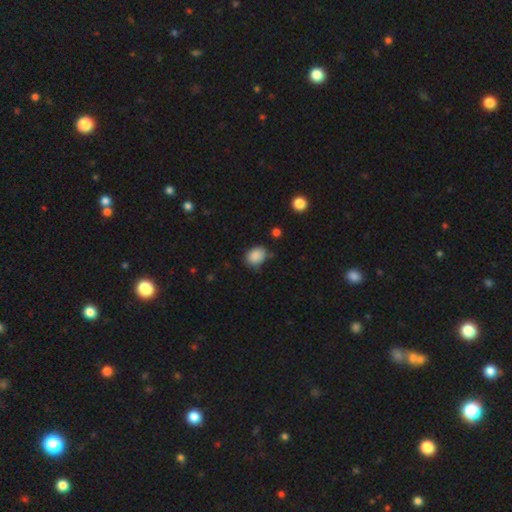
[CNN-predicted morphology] A smooth galaxy with no disk features (87%) that is in between round and cigar-shaped (53%). Merging: none (71%).